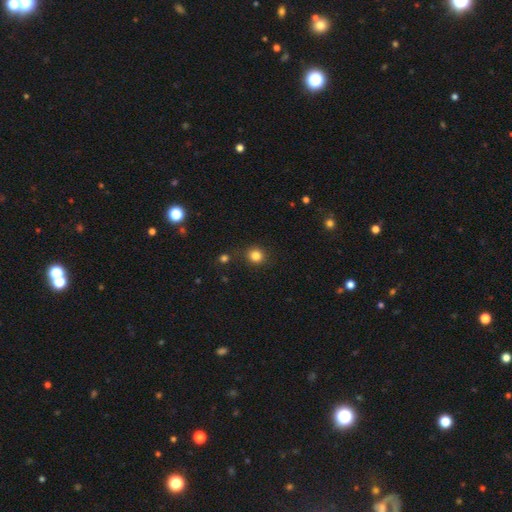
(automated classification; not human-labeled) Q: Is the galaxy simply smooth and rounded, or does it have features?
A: smooth — 83%.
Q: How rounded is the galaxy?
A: round — 87%.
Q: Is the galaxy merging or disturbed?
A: none — 86%.